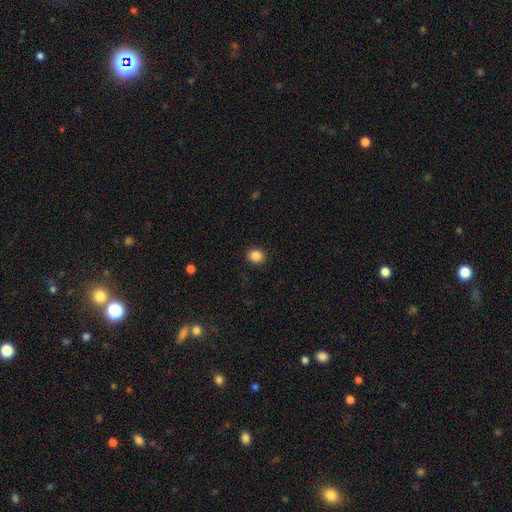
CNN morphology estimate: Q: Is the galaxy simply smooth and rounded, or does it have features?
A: smooth — 87%.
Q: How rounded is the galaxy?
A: round — 69%.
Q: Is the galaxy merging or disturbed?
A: none — 91%.